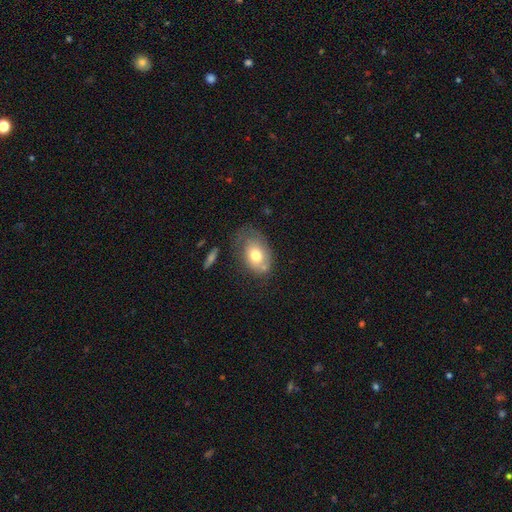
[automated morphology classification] Smooth or featured?
  - smooth: 65% *
  - featured or disk: 27%
  - star or artifact: 8%
How rounded?
  - in between: 82% *
  - round: 17%
  - cigar-shaped: 1%
Merging?
  - none: 44% *
  - minor disturbance: 32%
  - major disturbance: 19%
  - merger: 6%